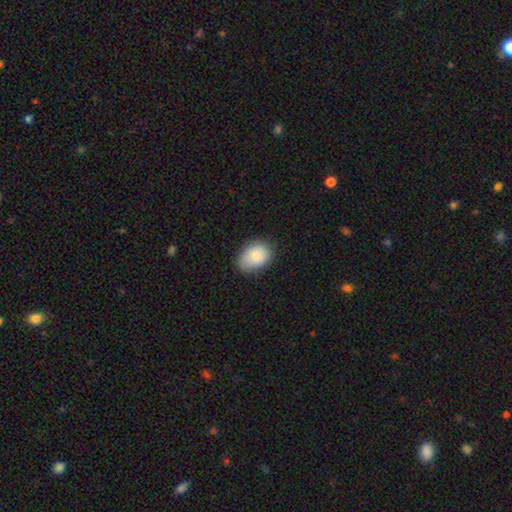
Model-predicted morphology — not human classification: This is clearly a smooth galaxy (84%). How rounded: likely in between (80%). Merging: likely none (72%).